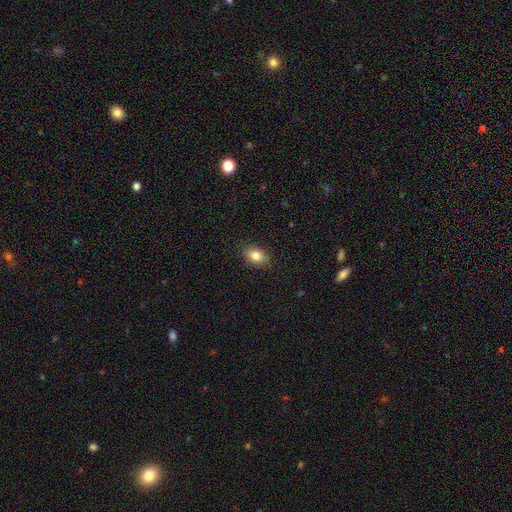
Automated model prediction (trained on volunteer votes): Smooth or featured? Predicted: smooth (p=0.84). How rounded? Predicted: in between (p=0.80). Merging? Predicted: none (p=0.86).